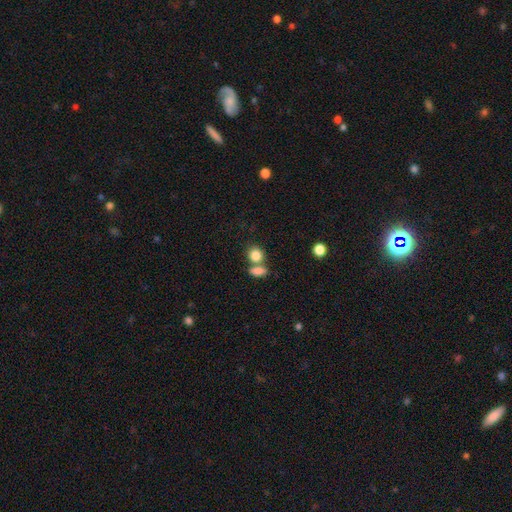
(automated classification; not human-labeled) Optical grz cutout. It shows a smooth galaxy with no disk features (84%) that is round (61%). Merging: none (48%).